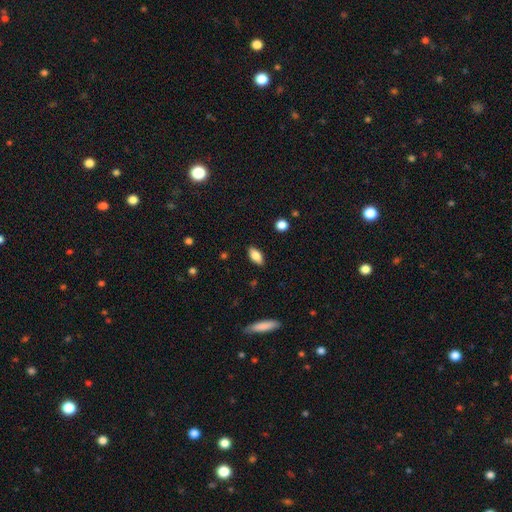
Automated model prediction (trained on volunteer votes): smooth_or_featured: smooth (p=0.81) [alt: featured or disk p=0.12]
how_rounded: in between (p=0.87) [alt: cigar-shaped p=0.10]
merging: none (p=0.87) [alt: minor disturbance p=0.10]